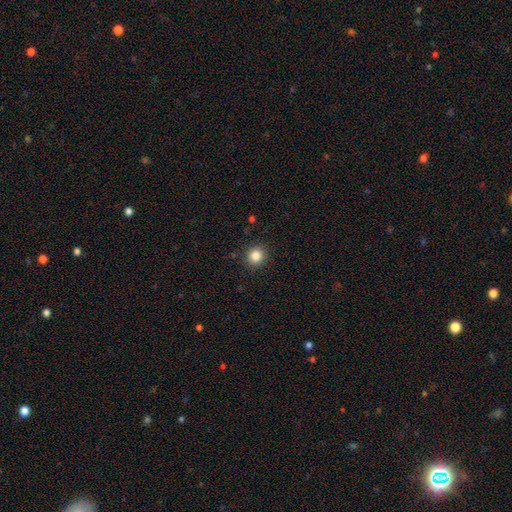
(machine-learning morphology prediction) The model was most divided on "how rounded": round: 86%, in between: 13%, cigar-shaped: 1%. More confident: merging — none (90%); smooth or featured — smooth (84%).